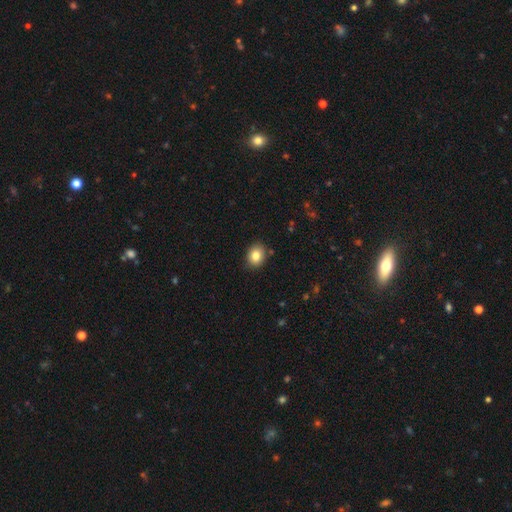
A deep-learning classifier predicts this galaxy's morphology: Smooth or featured: smooth — 82% (star or artifact — 10%)
How rounded: round — 56% (in between — 44%)
Merging: none — 86% (minor disturbance — 10%)